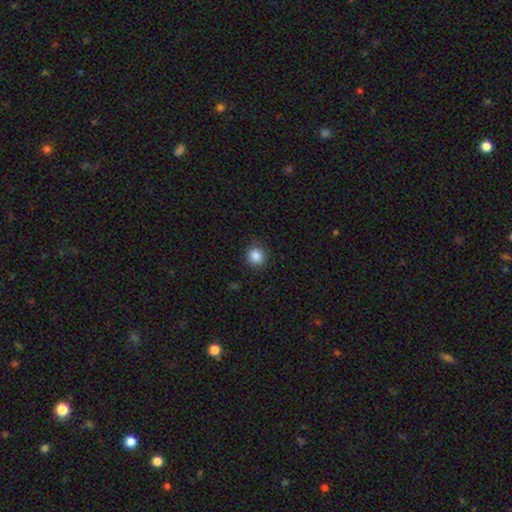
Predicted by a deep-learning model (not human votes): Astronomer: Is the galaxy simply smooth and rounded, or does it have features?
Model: smooth — 86%.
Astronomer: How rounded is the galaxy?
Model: round — 90%.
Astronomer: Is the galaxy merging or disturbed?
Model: none — 88%.